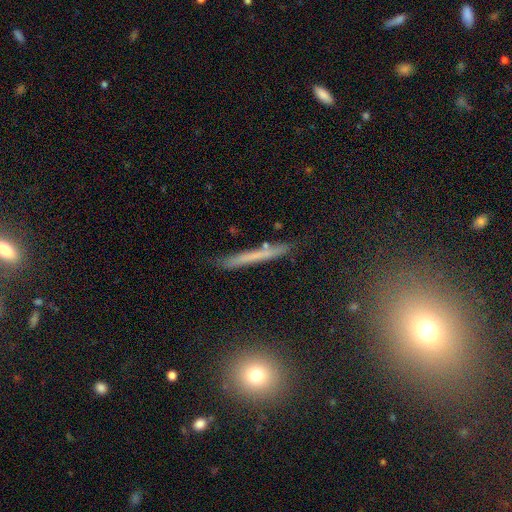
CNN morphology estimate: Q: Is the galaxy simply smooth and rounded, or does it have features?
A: smooth — 48%.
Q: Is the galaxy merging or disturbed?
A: none — 85%.